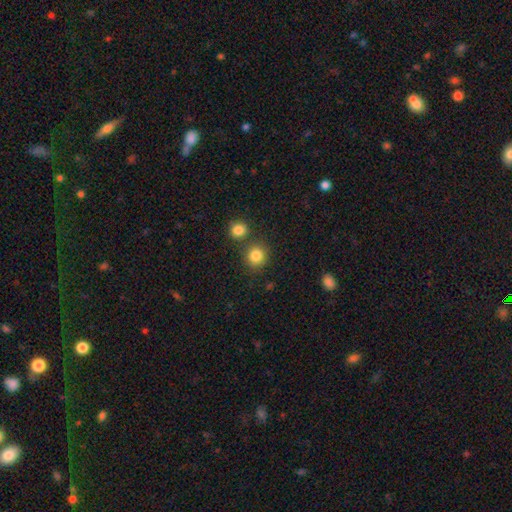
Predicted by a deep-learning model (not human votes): Smooth or featured? Predicted: smooth (p=0.84). How rounded? Predicted: round (p=0.87). Merging? Predicted: none (p=0.75).